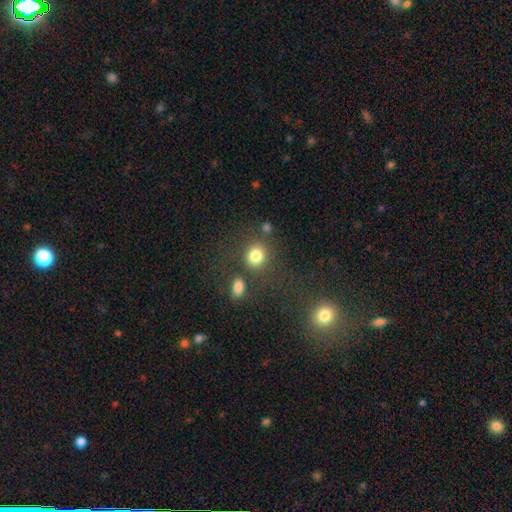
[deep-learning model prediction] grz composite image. It shows a smooth galaxy with no disk features (82%) that is round (75%). Merging: none (68%).